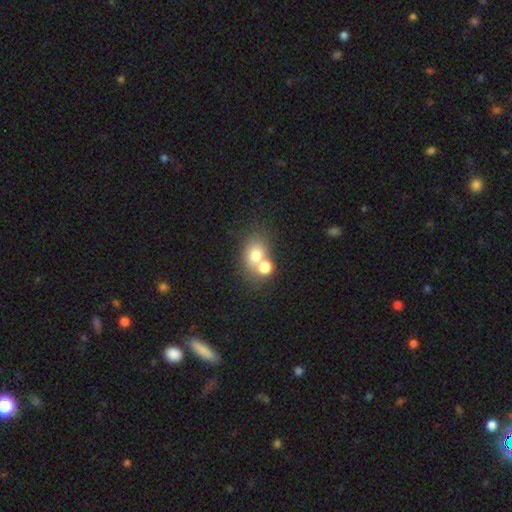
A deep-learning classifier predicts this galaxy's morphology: smooth-or-featured: smooth: 72% | featured or disk: 16% | star or artifact: 12%
  how-rounded: round: 51% | in between: 48% | cigar-shaped: 1%
  merging: merger: 58% | none: 32% | minor disturbance: 7% | major disturbance: 4%